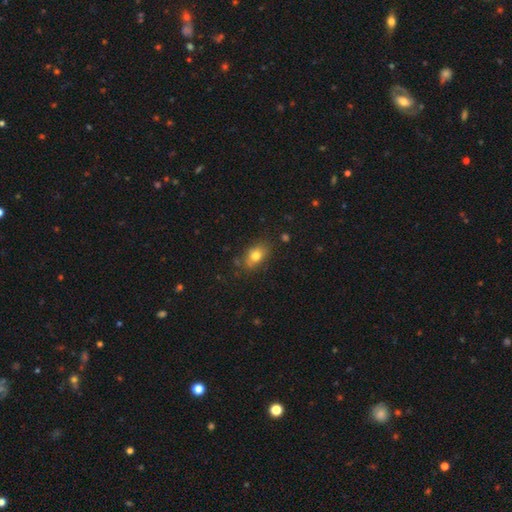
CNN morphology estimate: smooth-or-featured: smooth: 77% | featured or disk: 13% | star or artifact: 10%
  how-rounded: in between: 79% | round: 18% | cigar-shaped: 3%
  merging: none: 76% | minor disturbance: 17% | major disturbance: 4% | merger: 3%